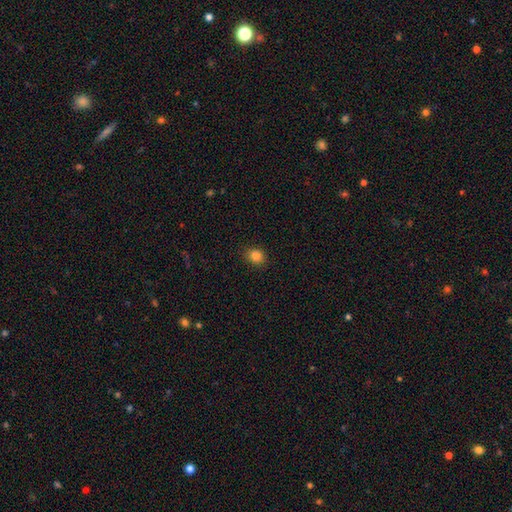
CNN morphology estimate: smooth_or_featured: smooth (p=0.84) [alt: star or artifact p=0.12]
how_rounded: round (p=0.72) [alt: in between p=0.27]
merging: none (p=0.88) [alt: minor disturbance p=0.08]